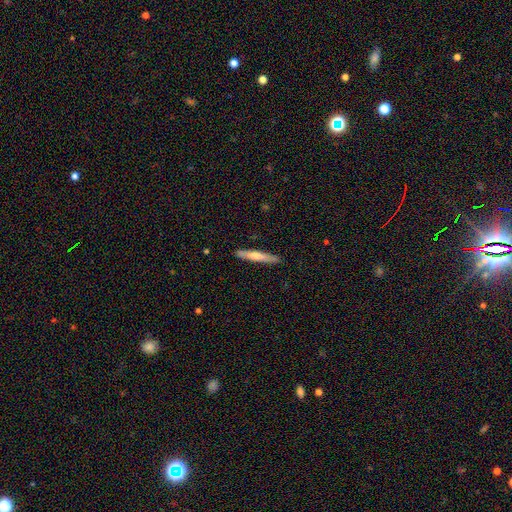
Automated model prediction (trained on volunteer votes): smooth-or-featured: smooth: 49% | featured or disk: 45% | star or artifact: 6%
  merging: none: 88% | minor disturbance: 9% | major disturbance: 2% | merger: 1%